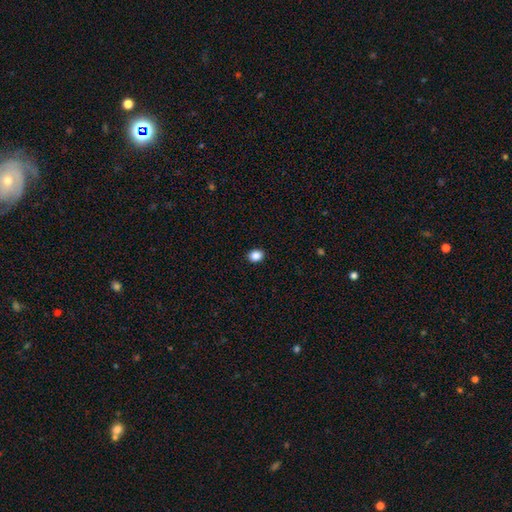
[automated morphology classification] The model was most divided on "how rounded": round: 57%, in between: 43%, cigar-shaped: 1%. More confident: merging — none (92%); smooth or featured — smooth (87%).